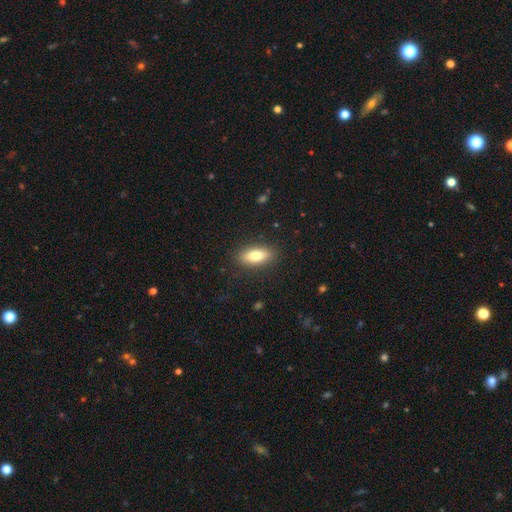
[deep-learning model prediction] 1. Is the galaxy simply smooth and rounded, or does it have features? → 77% smooth, 16% featured or disk, 7% star or artifact.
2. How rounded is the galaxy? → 79% in between, 18% cigar-shaped, 4% round.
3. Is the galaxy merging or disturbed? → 88% none, 9% minor disturbance, 3% major disturbance, 1% merger.